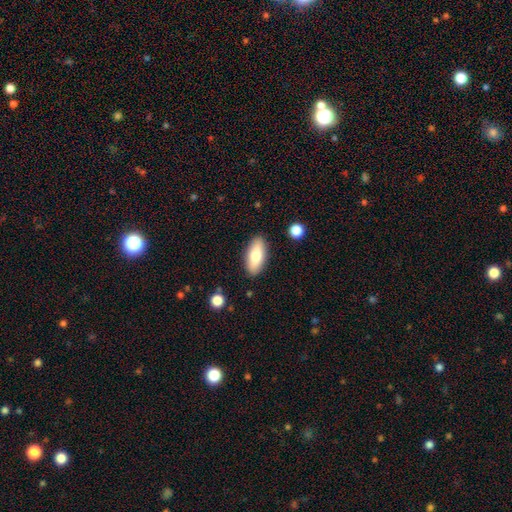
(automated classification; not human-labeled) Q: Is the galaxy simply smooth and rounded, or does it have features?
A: smooth — 77%.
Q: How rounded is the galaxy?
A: in between — 81%.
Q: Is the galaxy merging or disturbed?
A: none — 87%.